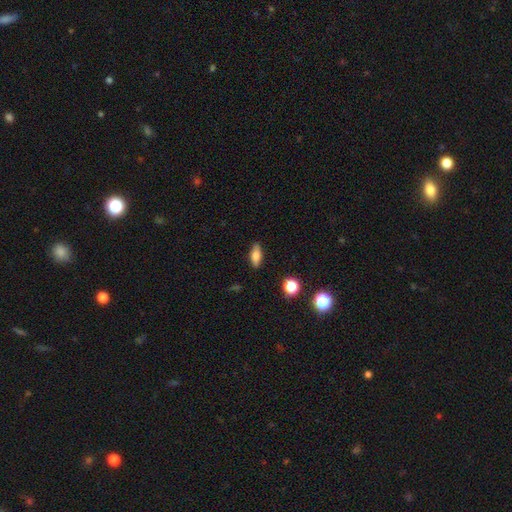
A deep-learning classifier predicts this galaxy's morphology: This appears to be a smooth galaxy with no disk features (72%) that is in between round and cigar-shaped (72%). Merging: none (86%).